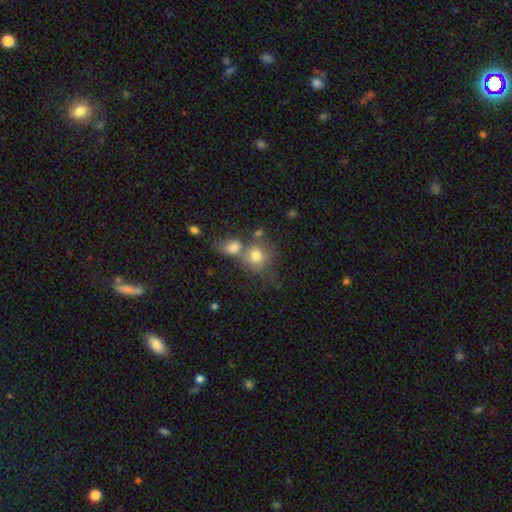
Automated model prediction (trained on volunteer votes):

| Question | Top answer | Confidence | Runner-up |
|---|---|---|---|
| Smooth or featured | smooth | 75% | featured or disk (13%) |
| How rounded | round | 76% | in between (23%) |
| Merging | merger | 43% | none (39%) |